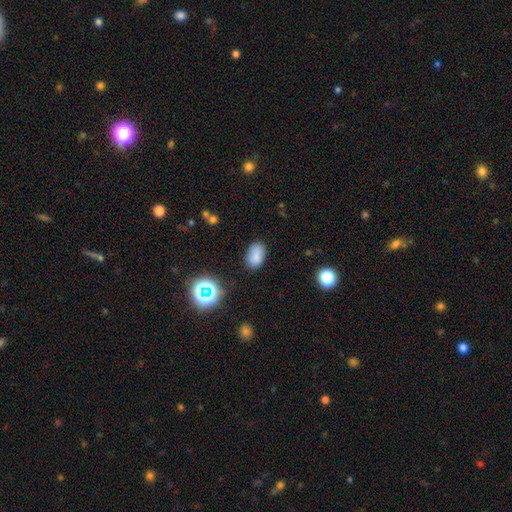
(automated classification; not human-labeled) The model was most divided on "merging": none: 78%, minor disturbance: 16%, major disturbance: 4%, merger: 3%. More confident: how rounded — in between (88%); smooth or featured — smooth (79%).